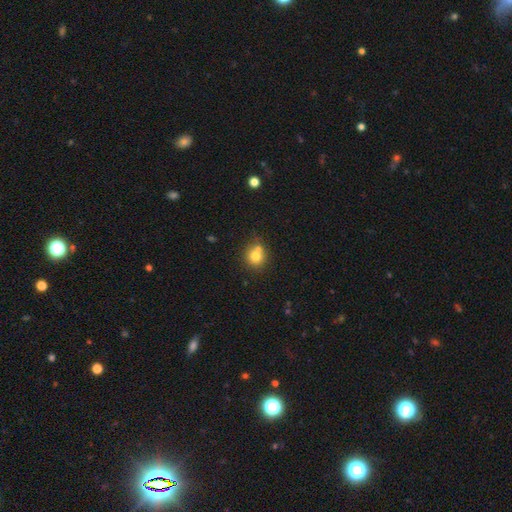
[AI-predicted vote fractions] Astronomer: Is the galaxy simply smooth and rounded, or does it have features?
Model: smooth — 76%.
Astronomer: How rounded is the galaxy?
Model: round — 84%.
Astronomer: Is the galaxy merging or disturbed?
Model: none — 57%.